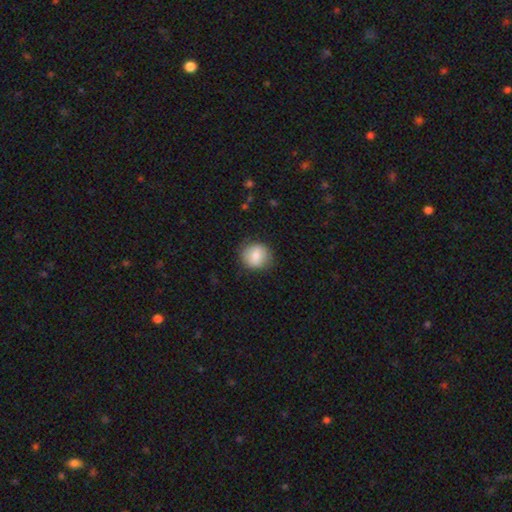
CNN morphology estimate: smooth 78%, featured or disk 15%, star or artifact 7%. Down the decision tree: how rounded — round (85%); merging — none (85%).